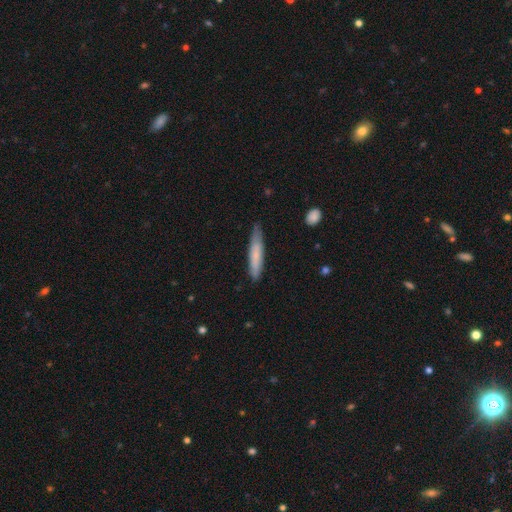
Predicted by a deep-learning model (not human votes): The model was most divided on "smooth or featured": smooth: 71%, featured or disk: 23%, star or artifact: 6%. More confident: how rounded — cigar-shaped (89%); merging — none (77%).